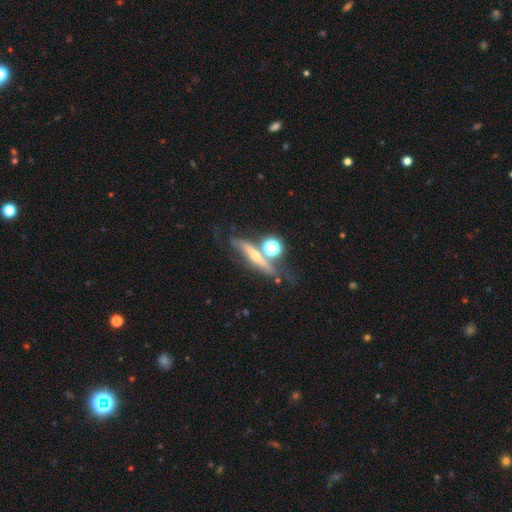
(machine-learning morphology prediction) Smooth or featured? featured or disk (60%)
Edge-on disk? yes (79%)
Merging? none (53%)